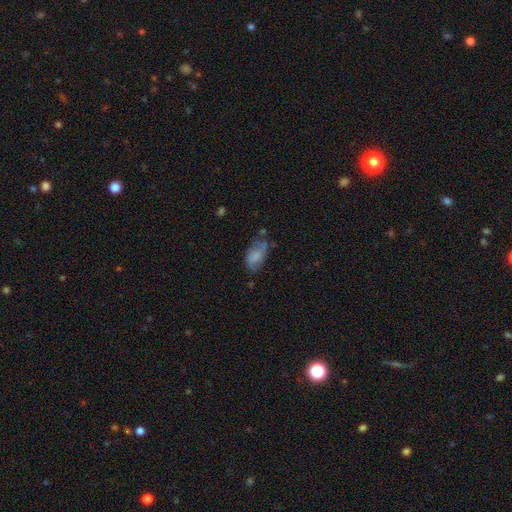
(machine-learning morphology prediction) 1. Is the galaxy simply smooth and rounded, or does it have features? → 66% smooth, 26% featured or disk, 8% star or artifact.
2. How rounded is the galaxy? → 91% in between, 5% round, 4% cigar-shaped.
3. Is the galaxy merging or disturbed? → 48% none, 33% minor disturbance, 14% major disturbance, 5% merger.